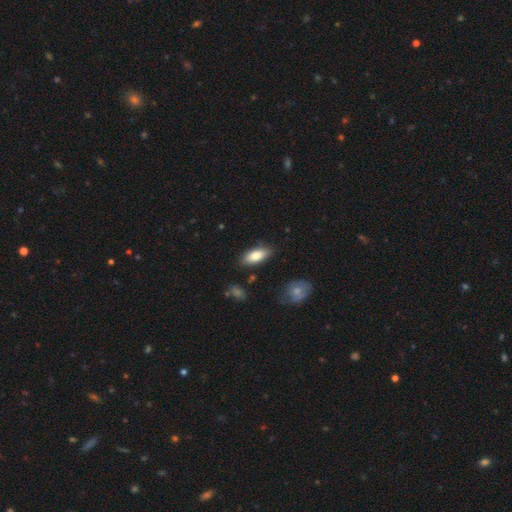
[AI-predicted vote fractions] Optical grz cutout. It shows a smooth galaxy with no disk features (82%) that is in between round and cigar-shaped (84%). Merging: none (82%).